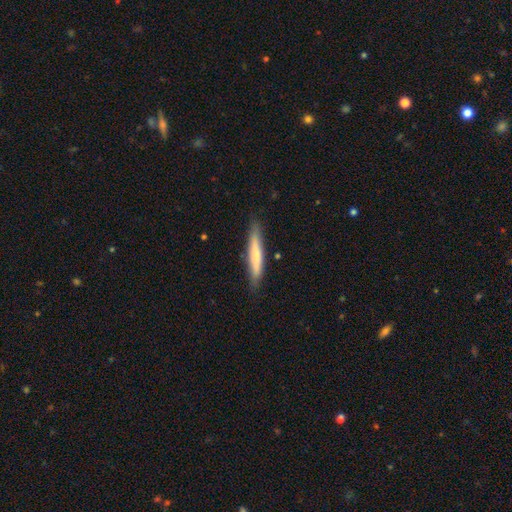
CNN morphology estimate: Smooth or featured? smooth (66%)
How rounded? cigar-shaped (92%)
Merging? none (85%)